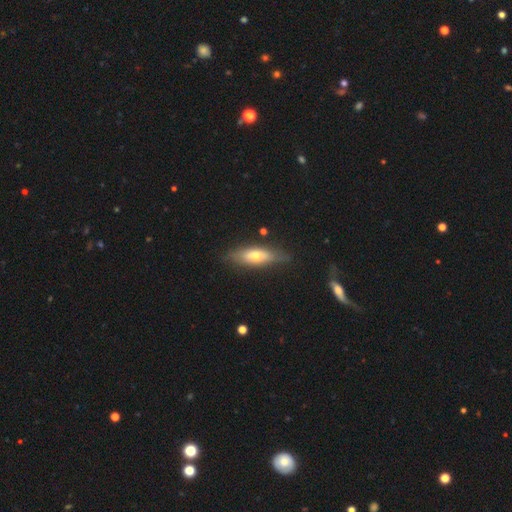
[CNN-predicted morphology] A smooth galaxy with no disk features (49%).

Vote fractions:
- Smooth or featured? smooth: 49% / featured or disk: 45% / star or artifact: 7%
- Merging? none: 76% / minor disturbance: 18% / major disturbance: 4% / merger: 2%